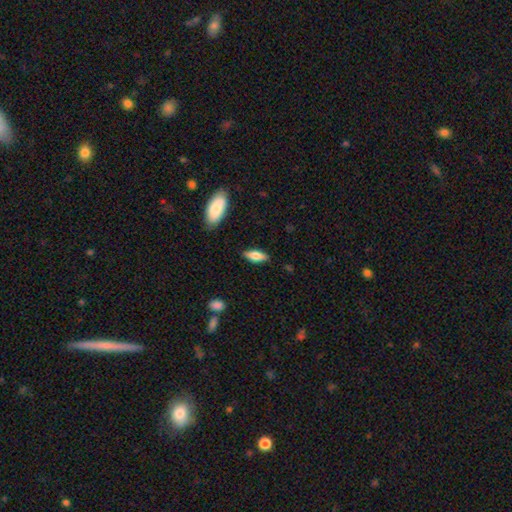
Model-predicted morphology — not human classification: smooth-or-featured: smooth: 74% | featured or disk: 20% | star or artifact: 7%
  how-rounded: in between: 70% | cigar-shaped: 27% | round: 2%
  merging: none: 84% | minor disturbance: 12% | major disturbance: 3% | merger: 2%